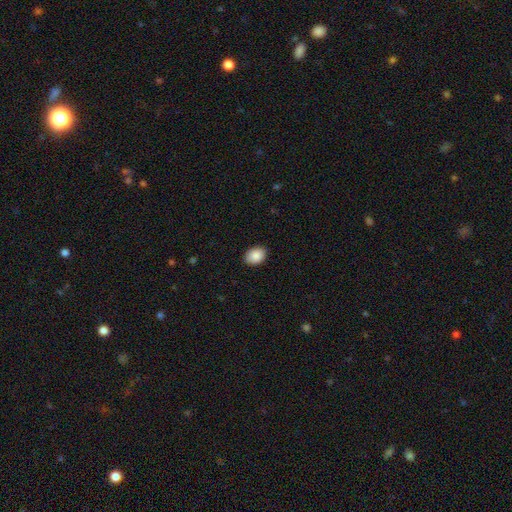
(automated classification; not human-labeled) A smooth galaxy with no disk features (90%) that is in between round and cigar-shaped (75%). Merging: none (89%).